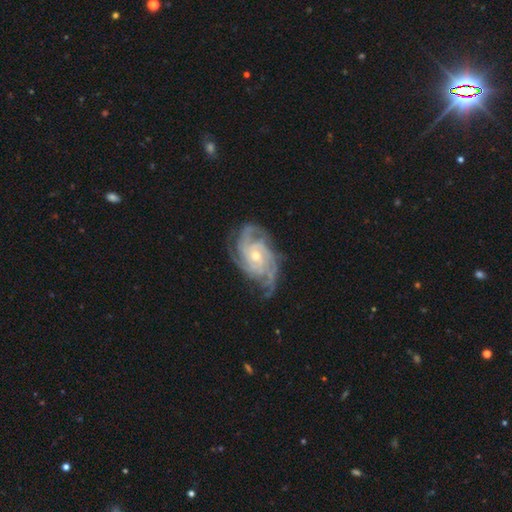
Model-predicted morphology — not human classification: This is clearly a featured or disk galaxy (91%). It is clearly not viewed edge-on (97%). Bar: likely no (67%). Spiral arm pattern: clearly yes (98%). Spiral arm count: marginally 4 (34%). Spiral winding: likely tight (65%). Central bulge: possibly small (54%). Merging: likely none (72%).